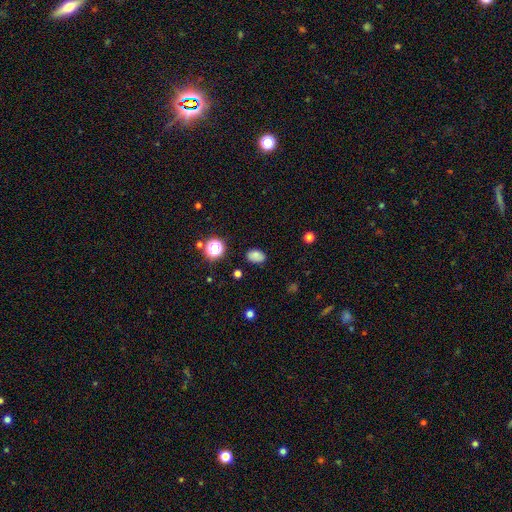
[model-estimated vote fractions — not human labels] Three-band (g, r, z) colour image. It shows a smooth galaxy with no disk features (79%) that is in between round and cigar-shaped (83%). Merging: none (82%).